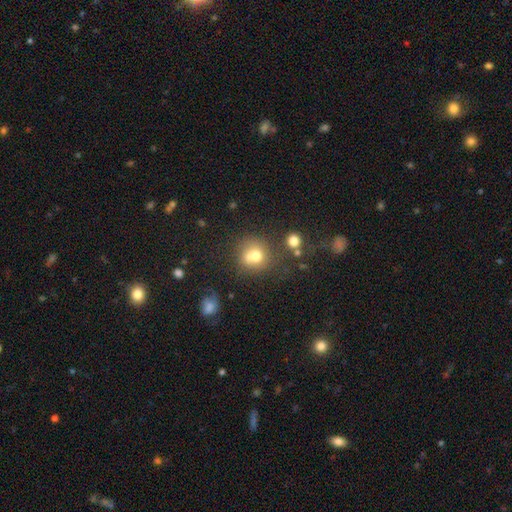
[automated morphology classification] smooth_or_featured: smooth (p=0.71) [alt: featured or disk p=0.16]
how_rounded: round (p=0.83) [alt: in between p=0.16]
merging: none (p=0.47) [alt: merger p=0.35]